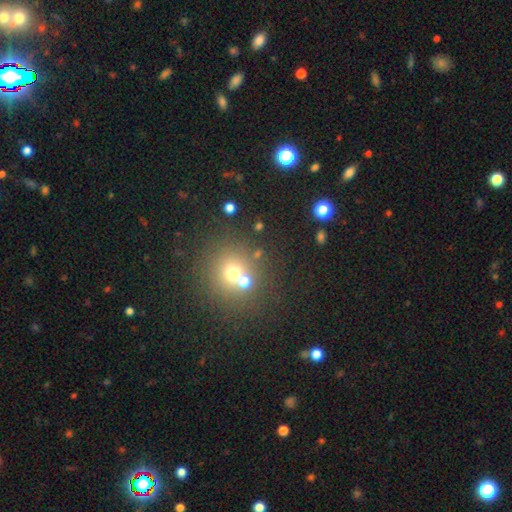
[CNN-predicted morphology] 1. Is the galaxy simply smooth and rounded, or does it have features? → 58% smooth, 27% star or artifact, 15% featured or disk.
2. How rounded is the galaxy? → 87% round, 12% in between, 1% cigar-shaped.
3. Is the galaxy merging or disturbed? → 61% none, 28% merger, 7% minor disturbance, 4% major disturbance.